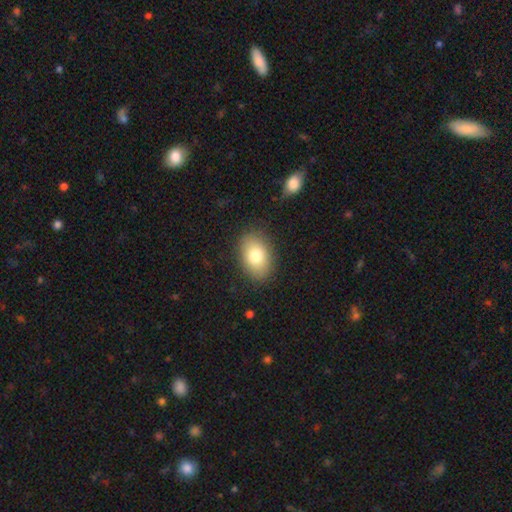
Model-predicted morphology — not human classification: This appears to be a smooth galaxy with no disk features (78%) that is in between round and cigar-shaped (83%). Merging: none (86%).